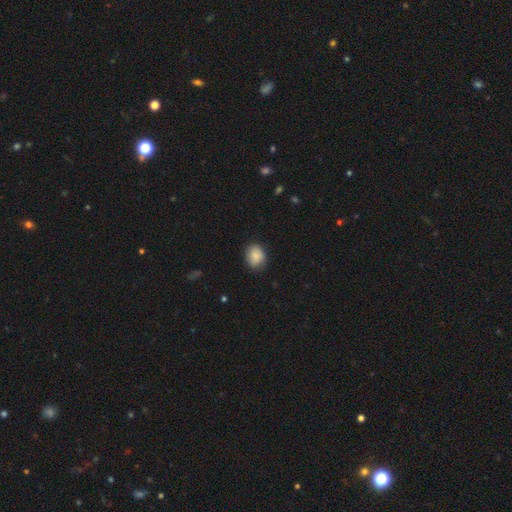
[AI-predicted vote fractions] Overall: smooth (85%). How rounded: round (58%; in between 41%). Merging: none (81%).